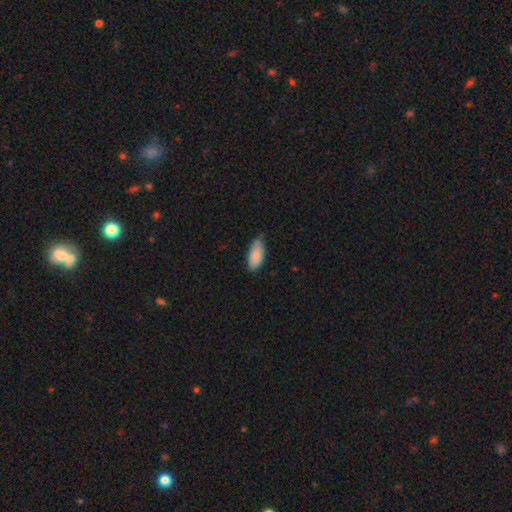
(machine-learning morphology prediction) Smooth or featured: smooth — 86% (featured or disk — 8%)
How rounded: in between — 88% (cigar-shaped — 10%)
Merging: none — 65% (minor disturbance — 30%)